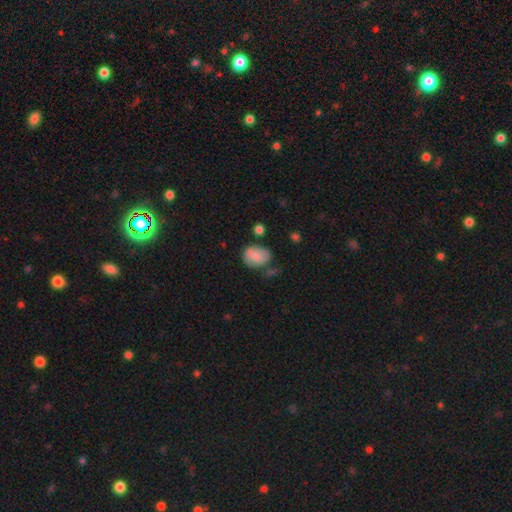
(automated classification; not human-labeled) The model was most divided on "how rounded": in between: 64%, round: 35%, cigar-shaped: 1%. More confident: smooth or featured — smooth (80%); merging — none (55%).